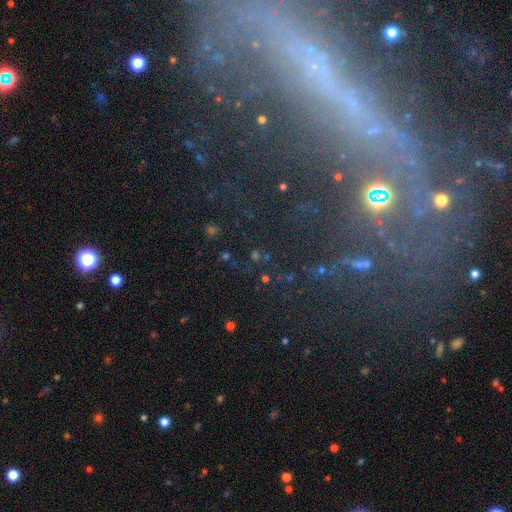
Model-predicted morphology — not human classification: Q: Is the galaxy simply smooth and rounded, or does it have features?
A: star or artifact — 68%.